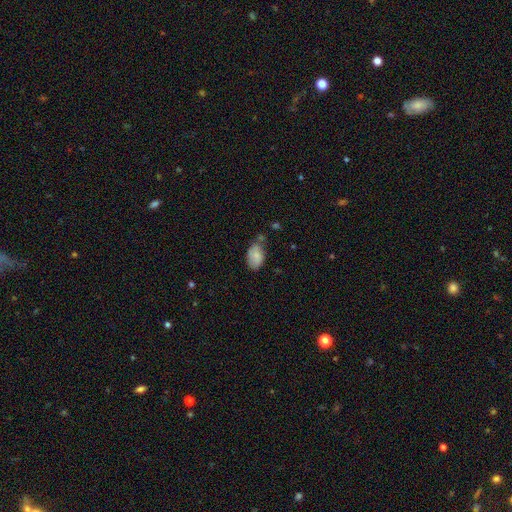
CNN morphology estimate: Overall: smooth (80%). How rounded: in between (91%). Merging: none (54%; minor disturbance 29%).